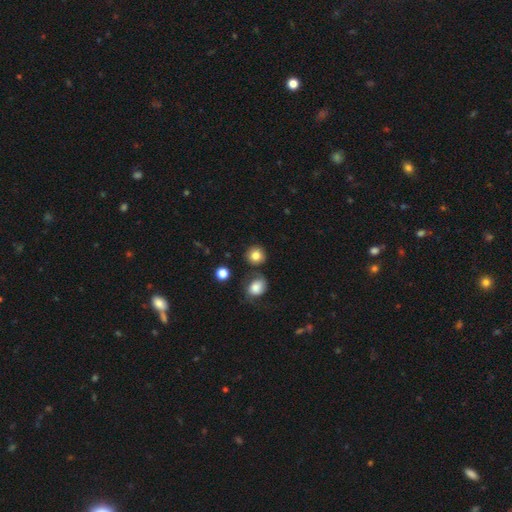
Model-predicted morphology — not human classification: Smooth or featured? smooth (82%)
How rounded? round (86%)
Merging? none (77%)